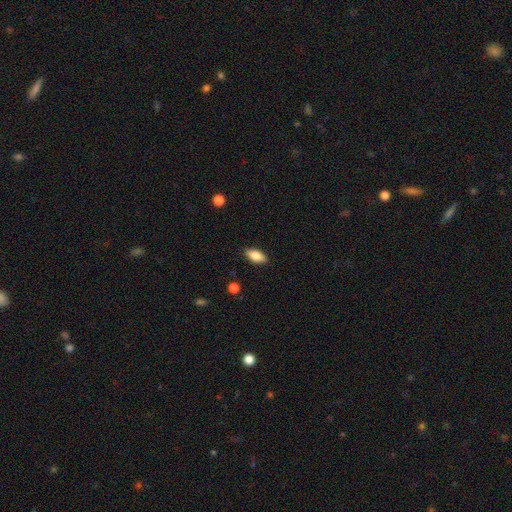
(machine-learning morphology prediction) smooth_or_featured: smooth (p=0.79) [alt: featured or disk p=0.14]
how_rounded: in between (p=0.87) [alt: cigar-shaped p=0.10]
merging: none (p=0.88) [alt: minor disturbance p=0.09]